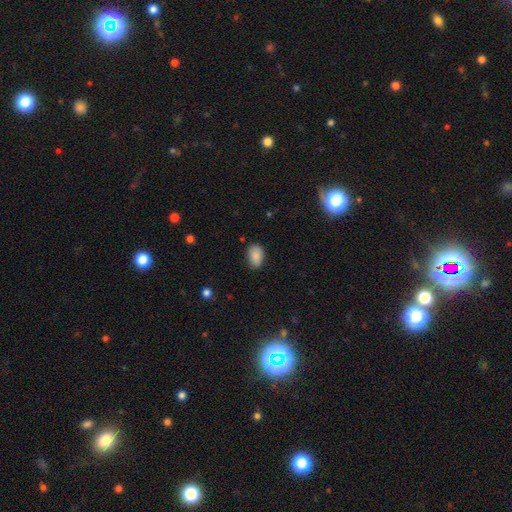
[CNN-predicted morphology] type=smooth (86%); roundness=in between (87%); merging=none (79%).